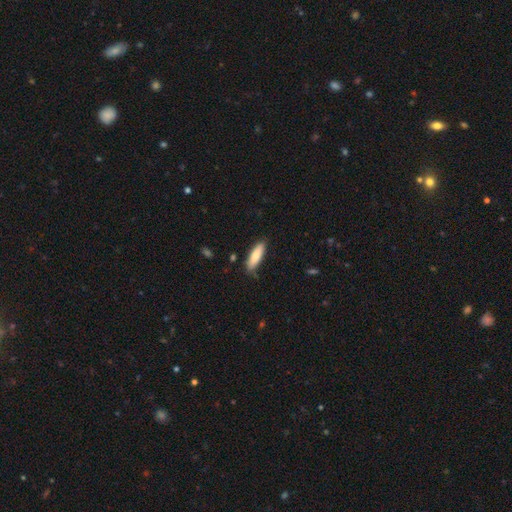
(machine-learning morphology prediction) Smooth or featured?
  - smooth: 81% *
  - featured or disk: 14%
  - star or artifact: 6%
How rounded?
  - cigar-shaped: 58% *
  - in between: 41%
  - round: 1%
Merging?
  - none: 83% *
  - minor disturbance: 13%
  - major disturbance: 2%
  - merger: 2%